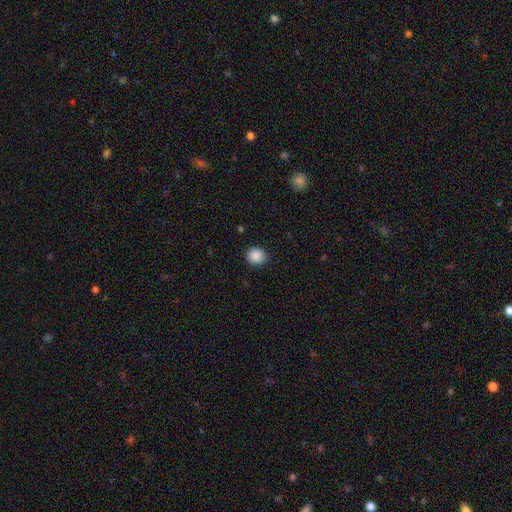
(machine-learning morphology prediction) Smooth or featured: smooth — 88% (star or artifact — 9%)
How rounded: round — 78% (in between — 21%)
Merging: none — 89% (minor disturbance — 7%)